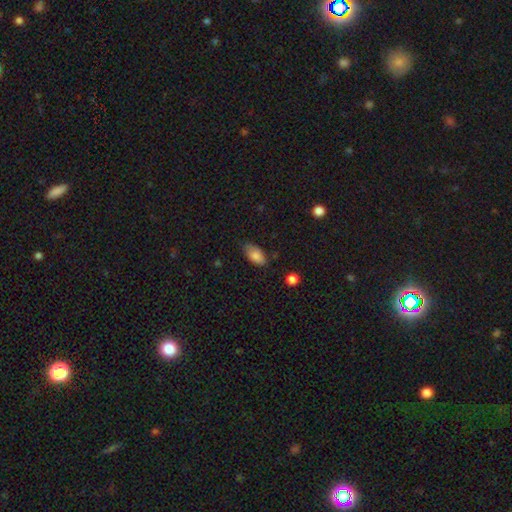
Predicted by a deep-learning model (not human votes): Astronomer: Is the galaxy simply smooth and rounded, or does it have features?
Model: smooth — 83%.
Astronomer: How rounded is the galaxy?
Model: in between — 93%.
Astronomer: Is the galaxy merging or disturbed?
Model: none — 67%.